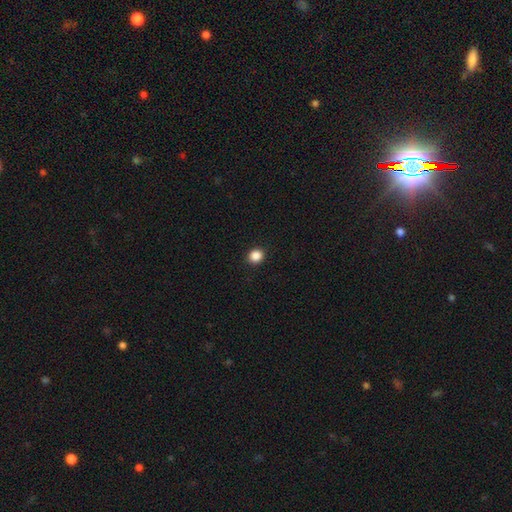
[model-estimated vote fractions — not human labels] Q: Smooth or featured?
A: smooth (87%); runner-up: star or artifact (10%)
Q: How rounded?
A: round (85%); runner-up: in between (14%)
Q: Merging?
A: none (92%); runner-up: minor disturbance (5%)